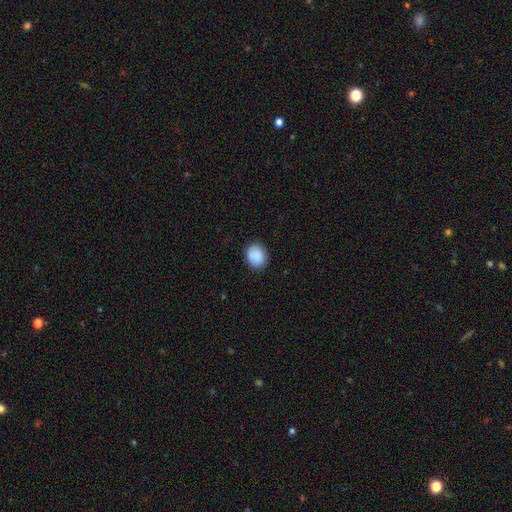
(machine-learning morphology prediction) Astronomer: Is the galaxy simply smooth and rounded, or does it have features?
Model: smooth — 89%.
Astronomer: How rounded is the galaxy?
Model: round — 52% (runner-up: in between, 47%).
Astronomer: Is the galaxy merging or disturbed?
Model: none — 85%.